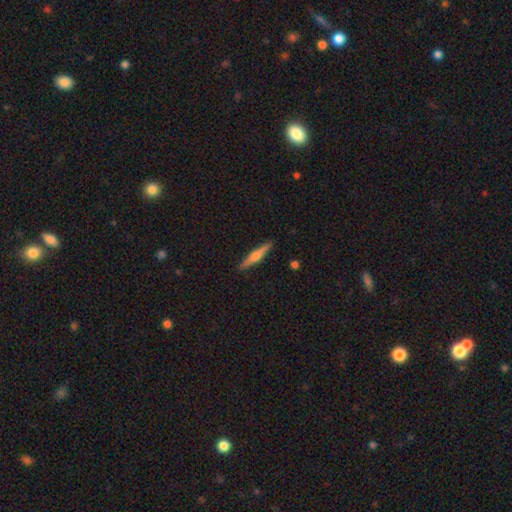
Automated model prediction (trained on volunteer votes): Overall: featured or disk (51%; smooth 44%). Edge-on disk: yes (97%). Merging: none (90%).